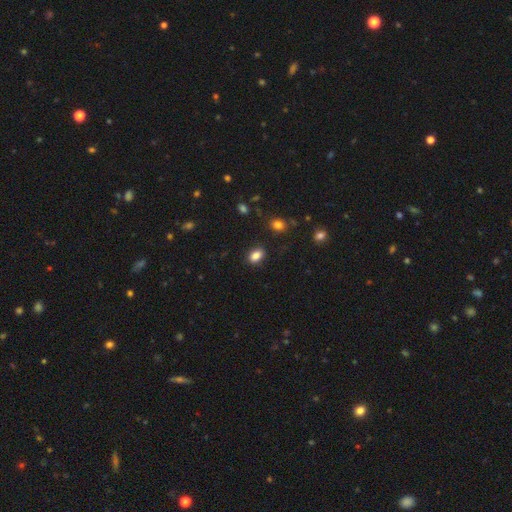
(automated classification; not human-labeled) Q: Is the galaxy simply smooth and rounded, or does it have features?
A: smooth — 85%.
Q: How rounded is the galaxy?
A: in between — 79%.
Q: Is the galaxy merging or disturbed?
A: none — 86%.